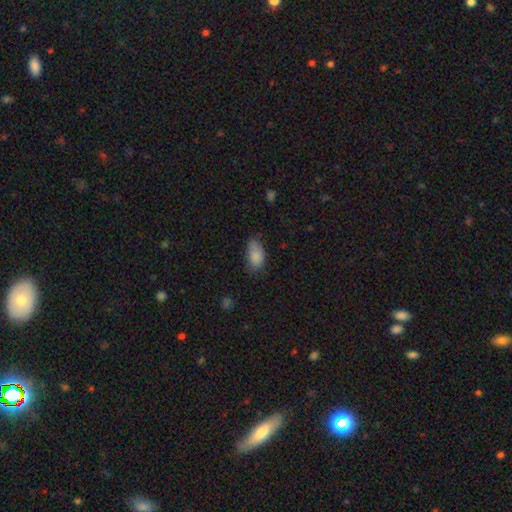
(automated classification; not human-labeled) Smooth or featured? Predicted: smooth (p=0.86). How rounded? Predicted: in between (p=0.92). Merging? Predicted: none (p=0.63).